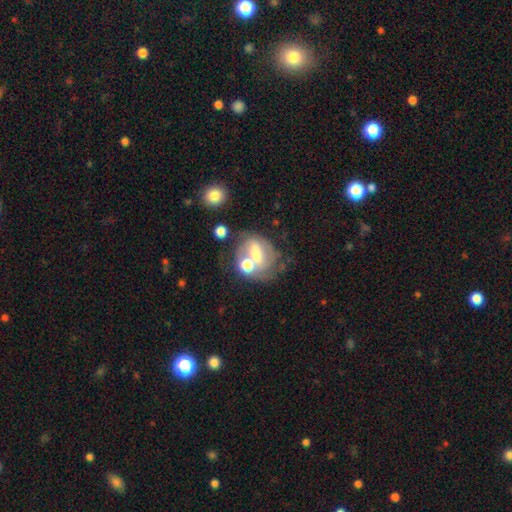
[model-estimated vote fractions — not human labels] smooth_or_featured: featured or disk (p=0.50) [alt: smooth p=0.37]
merging: none (p=0.36) [alt: merger p=0.31]